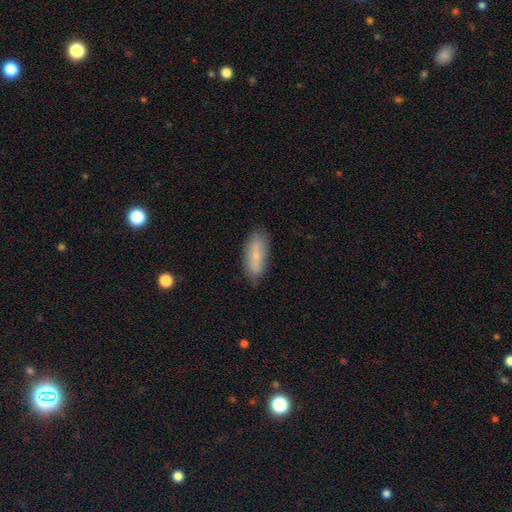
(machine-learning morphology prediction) This is likely a smooth galaxy (66%). How rounded: likely in between (71%). Merging: clearly none (81%).